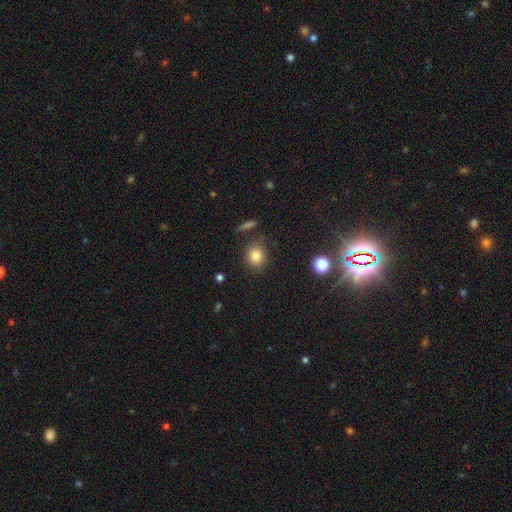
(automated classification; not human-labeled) A smooth galaxy with no disk features (83%) that is round (78%). Merging: none (81%).